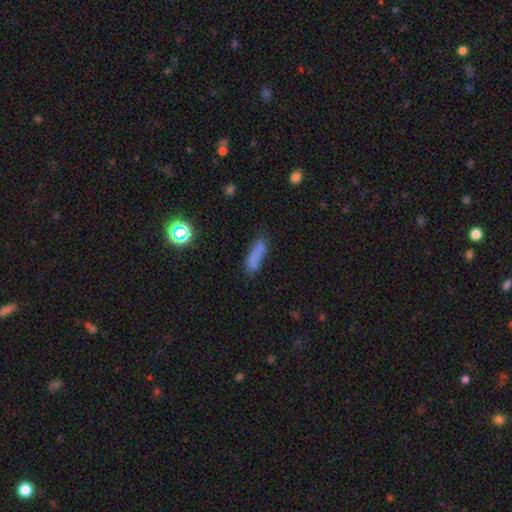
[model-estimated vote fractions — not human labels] Q: Smooth or featured?
A: smooth (73%); runner-up: star or artifact (14%)
Q: How rounded?
A: cigar-shaped (53%); runner-up: in between (43%)
Q: Merging?
A: none (58%); runner-up: minor disturbance (23%)